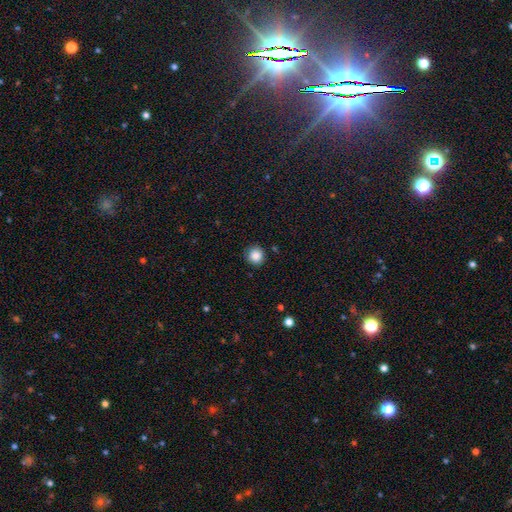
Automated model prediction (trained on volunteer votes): Smooth or featured: smooth — 86% (star or artifact — 10%)
How rounded: round — 93% (in between — 6%)
Merging: none — 87% (minor disturbance — 9%)